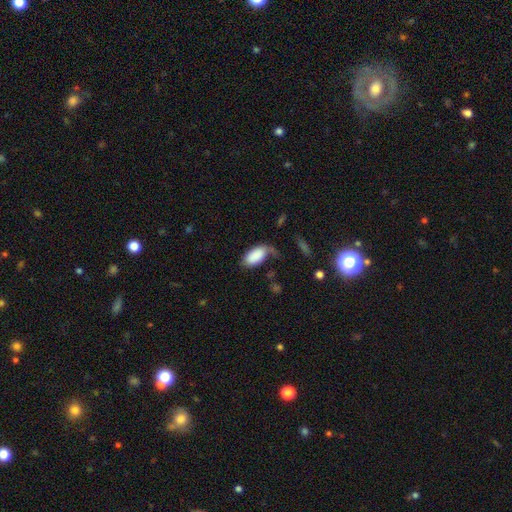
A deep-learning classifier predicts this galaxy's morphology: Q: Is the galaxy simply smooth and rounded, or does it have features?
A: smooth — 85%.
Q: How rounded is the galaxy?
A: in between — 95%.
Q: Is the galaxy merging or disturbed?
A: none — 45%.